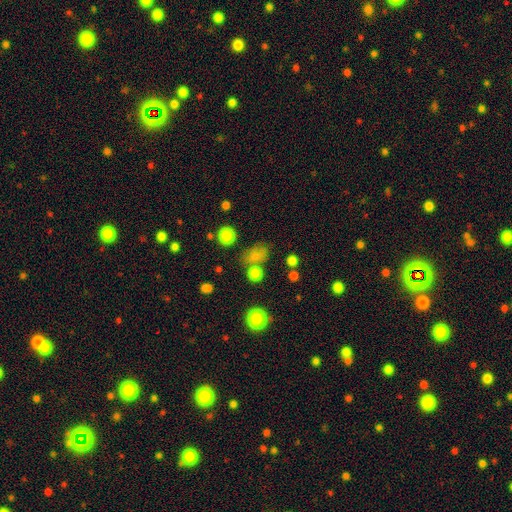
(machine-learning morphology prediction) A smooth galaxy with no disk features (72%) that is round (50%).

Vote fractions:
- Smooth or featured? smooth: 72% / star or artifact: 20% / featured or disk: 8%
- How rounded? round: 50% / in between: 48% / cigar-shaped: 2%
- Merging? none: 58% / minor disturbance: 17% / merger: 16% / major disturbance: 10%